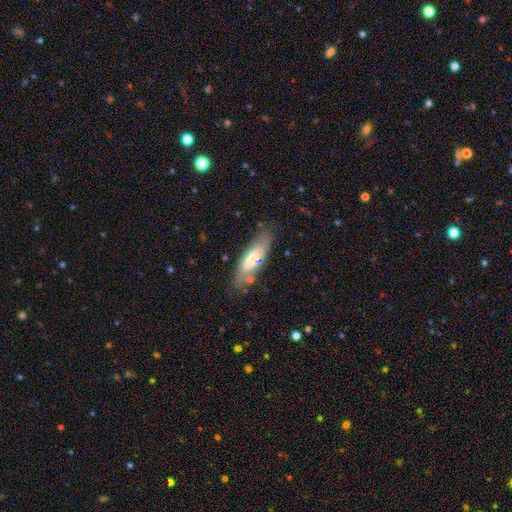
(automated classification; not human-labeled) Morphology: type=smooth (53%); roundness=cigar-shaped (54%); merging=none (74%).